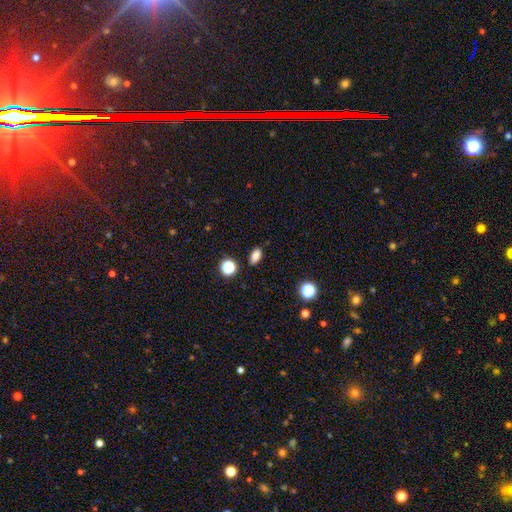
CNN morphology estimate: Overall: smooth (82%). How rounded: in between (84%). Merging: none (86%).